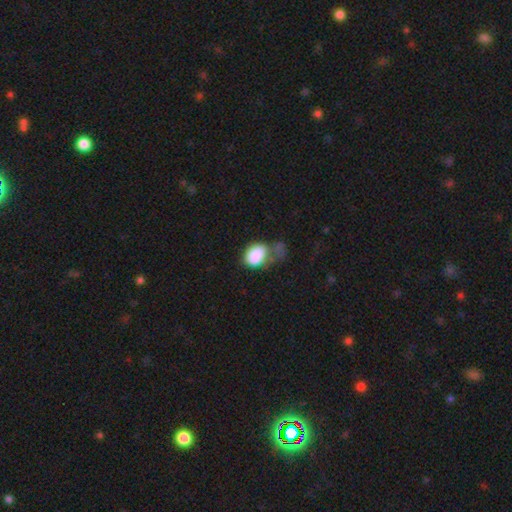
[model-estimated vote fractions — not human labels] smooth_or_featured: smooth (p=0.84) [alt: star or artifact p=0.08]
how_rounded: in between (p=0.74) [alt: round p=0.24]
merging: major disturbance (p=0.32) [alt: minor disturbance p=0.27]